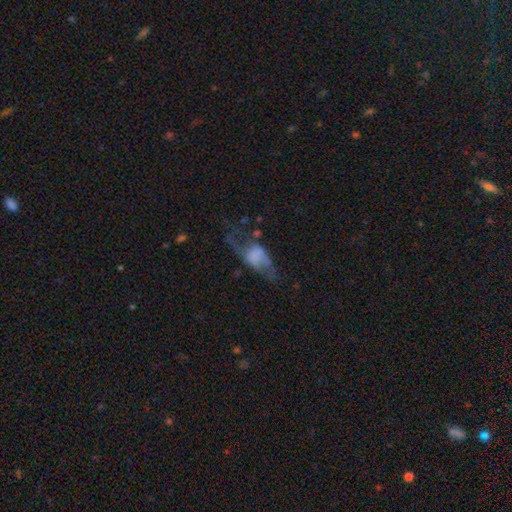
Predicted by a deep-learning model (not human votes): Smooth or featured?
  - featured or disk: 49% *
  - smooth: 41%
  - star or artifact: 10%
Merging?
  - major disturbance: 48% *
  - none: 26%
  - minor disturbance: 19%
  - merger: 7%